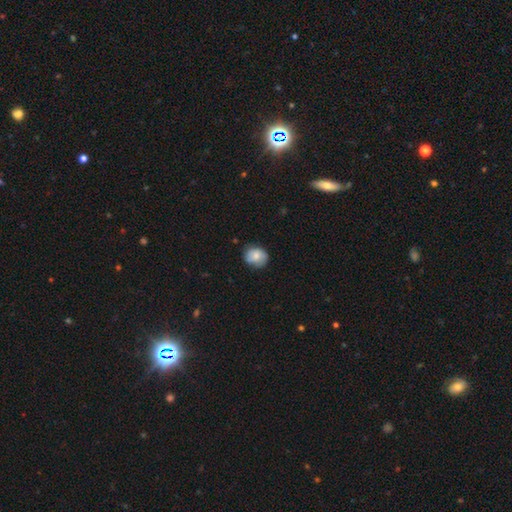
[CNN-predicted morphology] This is likely a smooth galaxy (70%). How rounded: likely round (64%). Merging: likely none (70%).